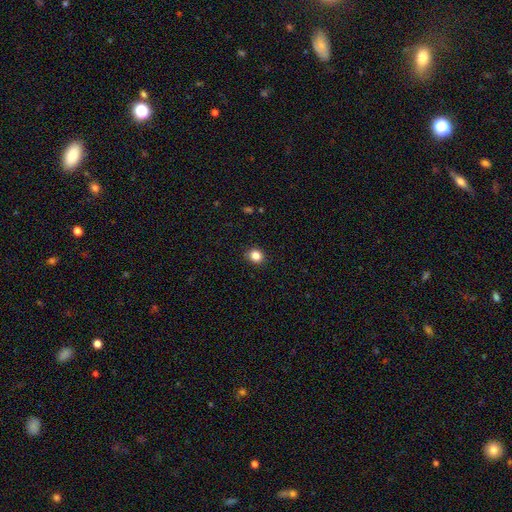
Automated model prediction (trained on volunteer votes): Q: Smooth or featured?
A: smooth (84%); runner-up: star or artifact (12%)
Q: How rounded?
A: round (82%); runner-up: in between (18%)
Q: Merging?
A: none (91%); runner-up: minor disturbance (6%)